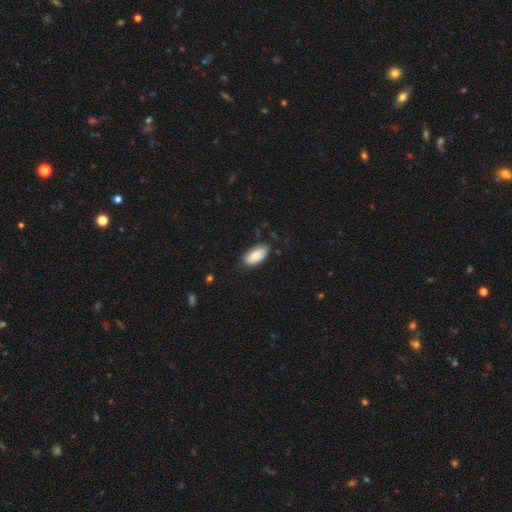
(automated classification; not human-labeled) Smooth or featured? Predicted: smooth (p=0.85). How rounded? Predicted: in between (p=0.93). Merging? Predicted: none (p=0.79).